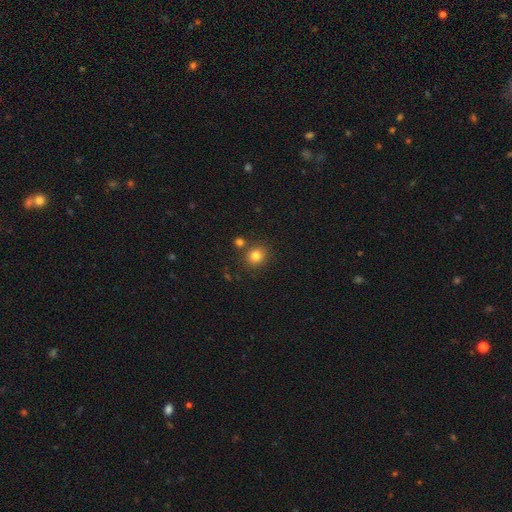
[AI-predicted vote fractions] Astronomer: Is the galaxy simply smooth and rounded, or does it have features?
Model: smooth — 82%.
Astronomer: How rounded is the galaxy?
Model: round — 83%.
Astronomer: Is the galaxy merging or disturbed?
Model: none — 79%.